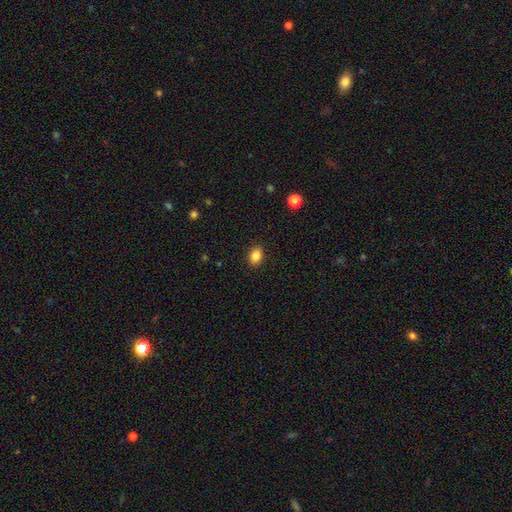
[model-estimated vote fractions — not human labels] The model was most divided on "how rounded": in between: 70%, round: 29%, cigar-shaped: 1%. More confident: merging — none (89%); smooth or featured — smooth (86%).